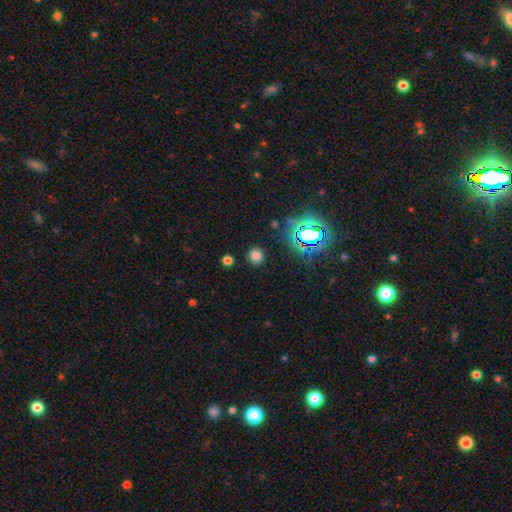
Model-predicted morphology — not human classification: Q: Smooth or featured?
A: smooth (73%); runner-up: star or artifact (21%)
Q: How rounded?
A: round (87%); runner-up: in between (12%)
Q: Merging?
A: none (88%); runner-up: minor disturbance (7%)